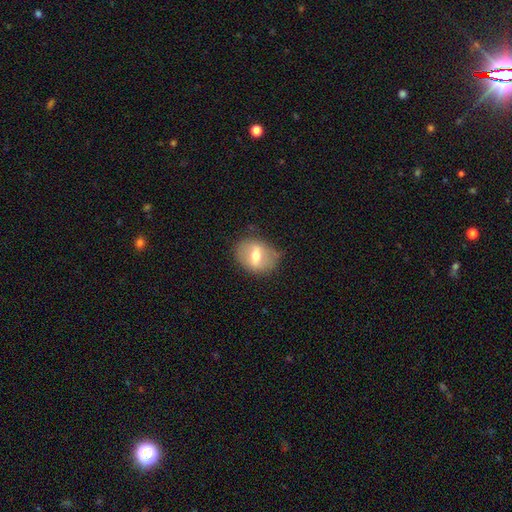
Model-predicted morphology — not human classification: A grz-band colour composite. It shows a smooth galaxy with no disk features (49%). Merging: none (75%).